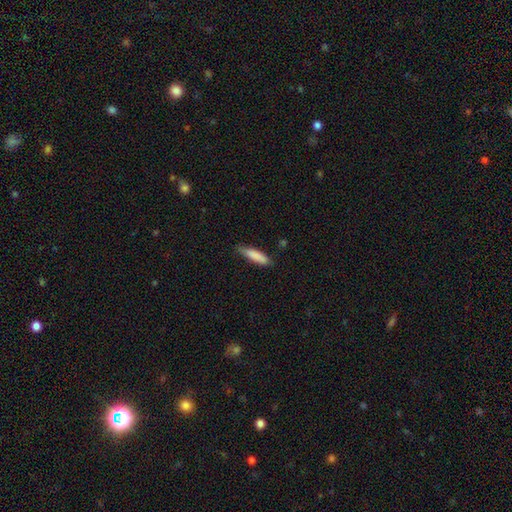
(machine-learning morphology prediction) Smooth or featured? Predicted: smooth (p=0.86). How rounded? Predicted: cigar-shaped (p=0.75). Merging? Predicted: none (p=0.75).